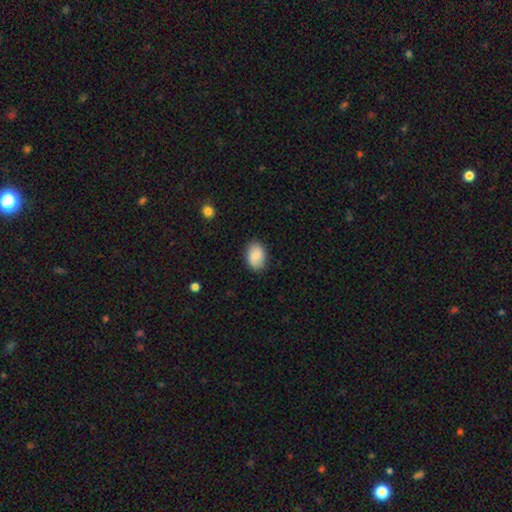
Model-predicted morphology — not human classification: Overall: smooth (86%). How rounded: in between (81%). Merging: none (86%).